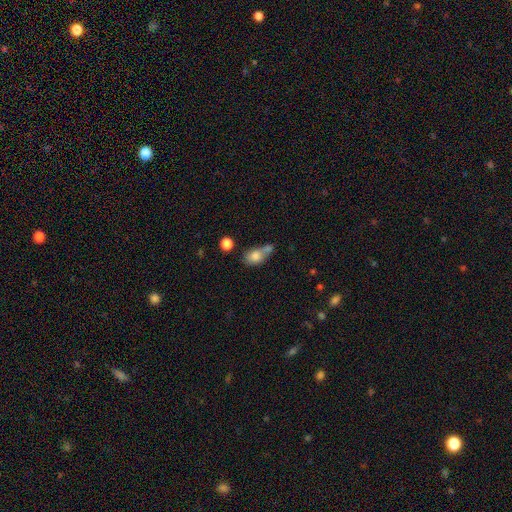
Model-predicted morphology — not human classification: Q: Smooth or featured?
A: smooth (79%); runner-up: featured or disk (13%)
Q: How rounded?
A: in between (72%); runner-up: round (25%)
Q: Merging?
A: merger (45%); runner-up: none (31%)